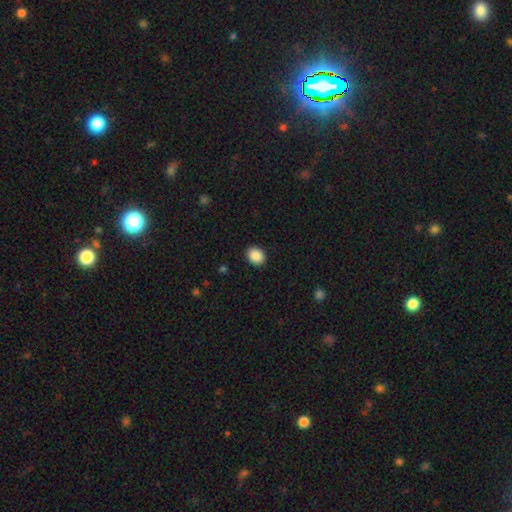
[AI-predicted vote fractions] Morphology: type=smooth (89%); roundness=in between (53%); merging=none (90%).